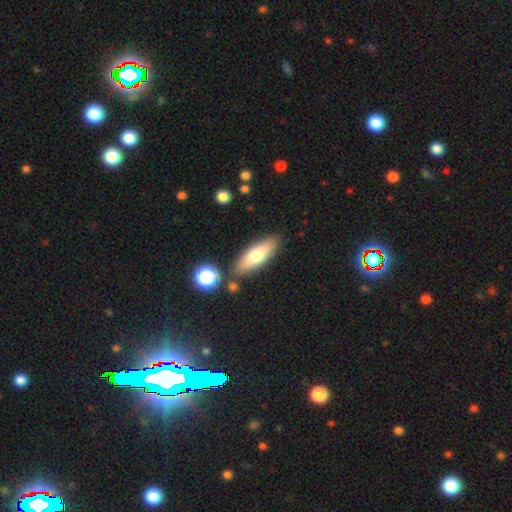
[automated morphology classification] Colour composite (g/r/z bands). It shows a smooth galaxy with no disk features (67%) that is in between round and cigar-shaped (58%). Merging: none (81%).